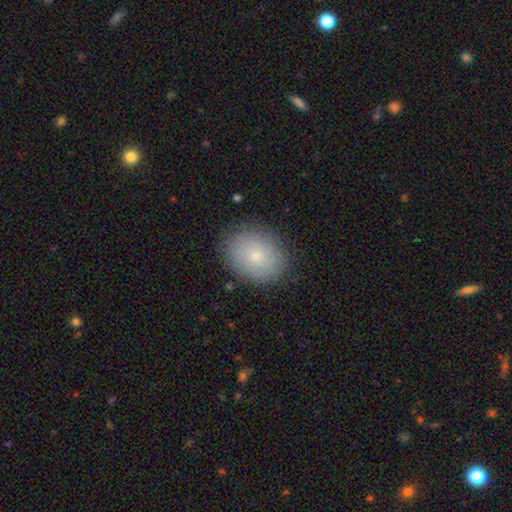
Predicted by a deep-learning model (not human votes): This is likely a smooth galaxy (77%). How rounded: possibly in between (56%). Merging: clearly none (85%).